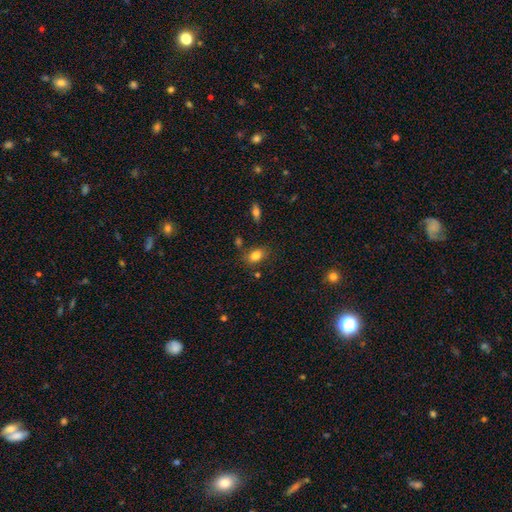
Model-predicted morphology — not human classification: smooth-or-featured: smooth: 82% | star or artifact: 9% | featured or disk: 9%
  how-rounded: in between: 81% | round: 17% | cigar-shaped: 2%
  merging: none: 76% | minor disturbance: 15% | merger: 6% | major disturbance: 4%